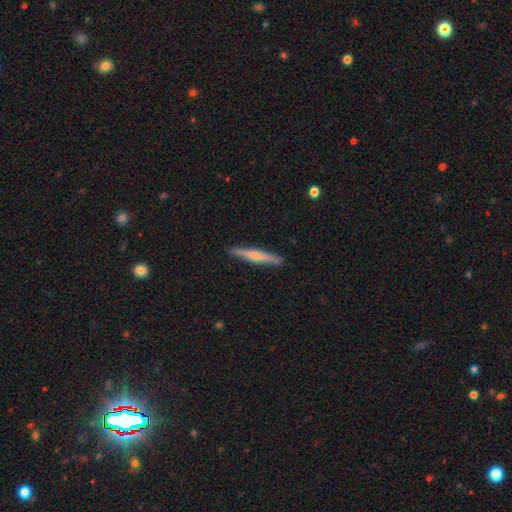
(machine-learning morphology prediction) Smooth or featured? Predicted: featured or disk (p=0.50). Edge-on disk? Predicted: yes (p=0.97). Merging? Predicted: none (p=0.90).